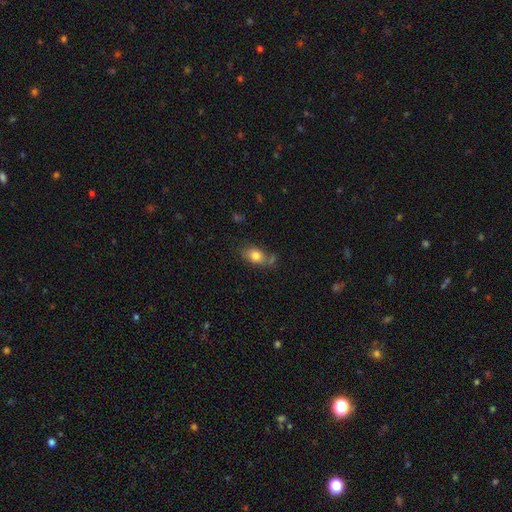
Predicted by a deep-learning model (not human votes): Q: Smooth or featured?
A: smooth (81%); runner-up: featured or disk (11%)
Q: How rounded?
A: in between (81%); runner-up: round (17%)
Q: Merging?
A: none (61%); runner-up: minor disturbance (20%)